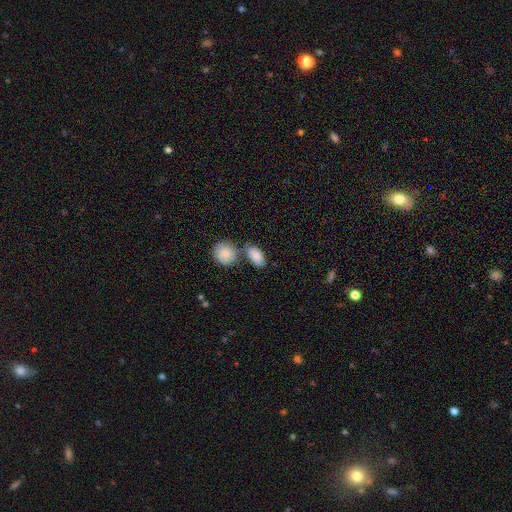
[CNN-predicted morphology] This is clearly a smooth galaxy (86%). How rounded: clearly in between (90%). Merging: possibly none (54%).